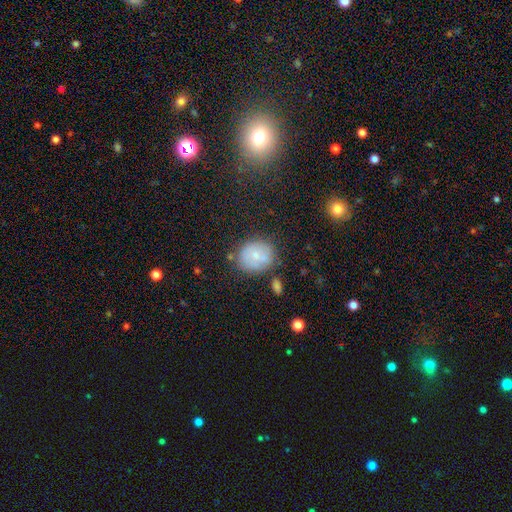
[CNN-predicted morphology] The model was most divided on "how rounded": round: 71%, in between: 28%, cigar-shaped: 1%. More confident: smooth or featured — smooth (67%); merging — none (67%).